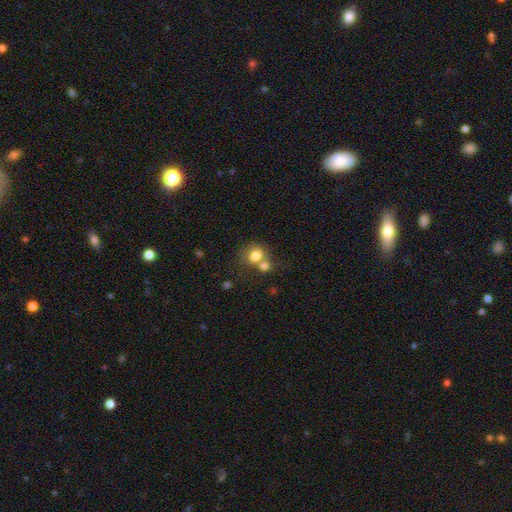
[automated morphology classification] smooth 77%, featured or disk 13%, star or artifact 10%. Down the decision tree: how rounded — round (55%); merging — merger (51%).